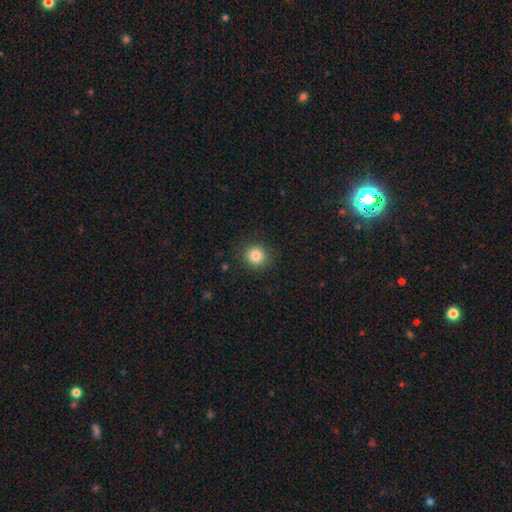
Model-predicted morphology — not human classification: Q: Smooth or featured?
A: smooth (84%); runner-up: star or artifact (11%)
Q: How rounded?
A: round (90%); runner-up: in between (9%)
Q: Merging?
A: none (89%); runner-up: minor disturbance (7%)